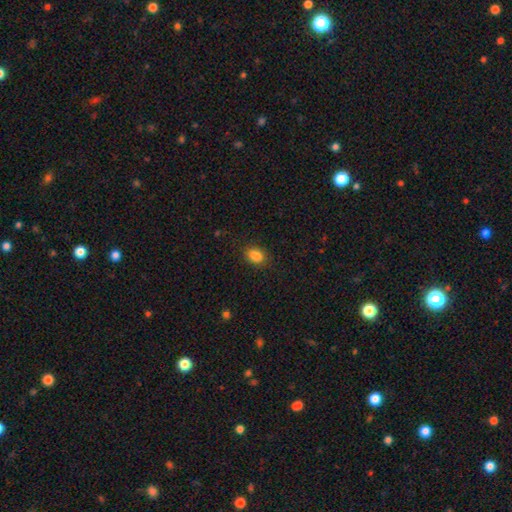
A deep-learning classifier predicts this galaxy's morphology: A smooth galaxy with no disk features (86%) that is in between round and cigar-shaped (69%). Merging: none (84%).